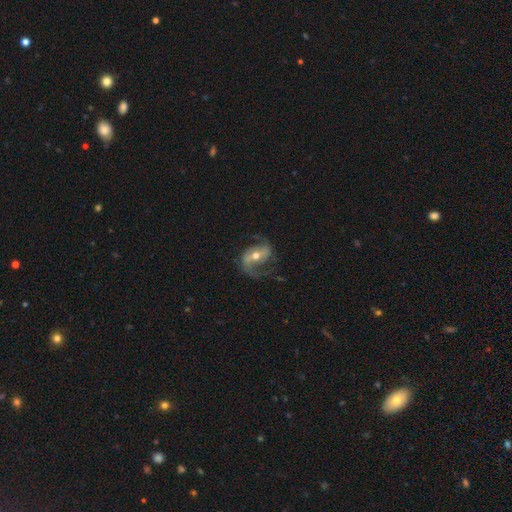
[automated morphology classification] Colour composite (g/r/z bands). It shows a featured or disk galaxy (82%) with a weak bar (39%), 2 (82%) loose (45%) spiral arms (93%) and a moderate central bulge (71%). Merging: none (62%).